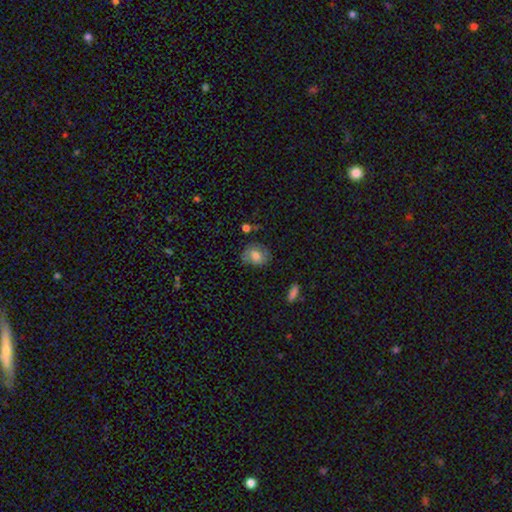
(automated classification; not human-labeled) Overall: smooth (71%). How rounded: in between (50%; round 49%). Merging: none (69%).